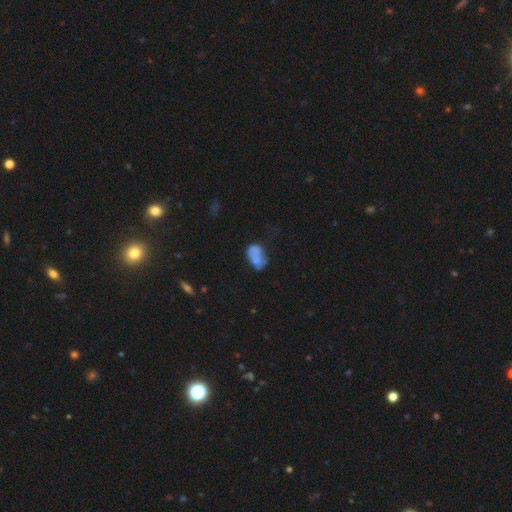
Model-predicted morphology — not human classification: Smooth or featured: smooth — 69% (featured or disk — 21%)
How rounded: in between — 87% (round — 12%)
Merging: none — 35% (minor disturbance — 27%)